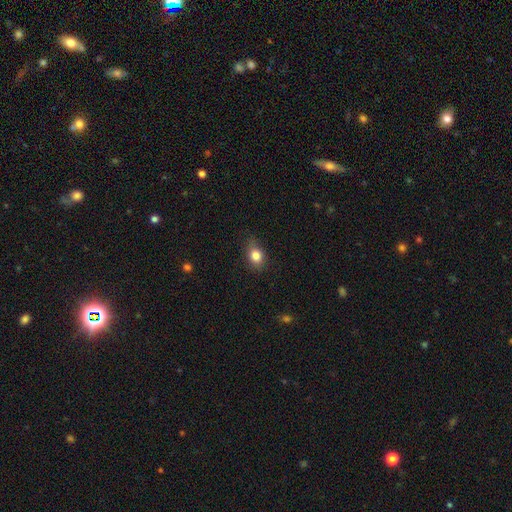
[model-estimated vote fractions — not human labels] The model was most divided on "how rounded": in between: 61%, round: 38%, cigar-shaped: 2%. More confident: smooth or featured — smooth (83%); merging — none (72%).